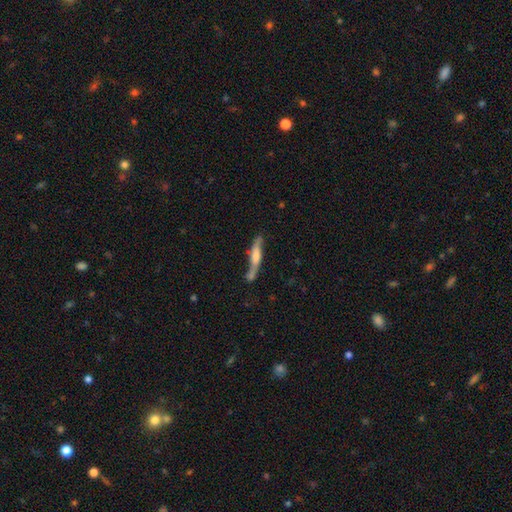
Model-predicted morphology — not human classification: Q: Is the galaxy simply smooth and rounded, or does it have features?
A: featured or disk — 50%.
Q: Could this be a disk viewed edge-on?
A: yes — 66%.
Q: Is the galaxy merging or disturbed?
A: none — 49%.